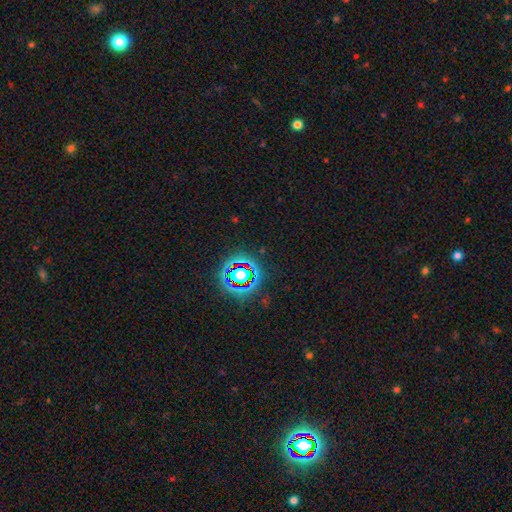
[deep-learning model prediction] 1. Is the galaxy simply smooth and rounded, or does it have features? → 80% star or artifact, 12% smooth, 8% featured or disk.